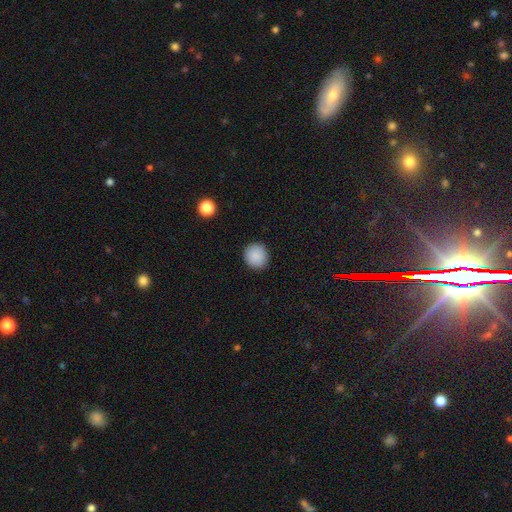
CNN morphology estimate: This appears to be a smooth galaxy with no disk features (89%) that is round (90%). Merging: none (92%).